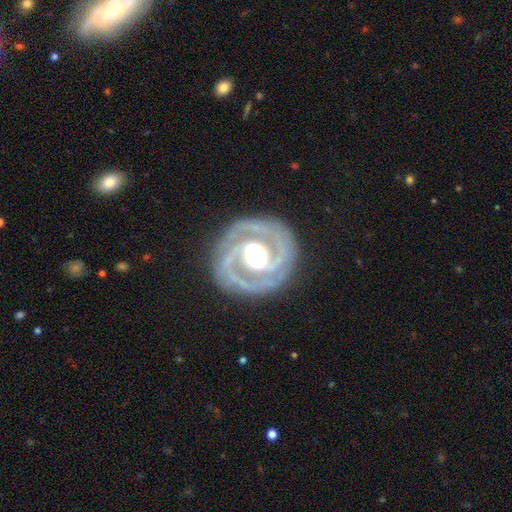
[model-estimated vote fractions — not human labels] Smooth or featured: featured or disk — 91% (smooth — 5%)
Edge-on disk: no — 98% (yes — 2%)
Bar: no — 39% (weak — 34%)
Spiral arms: yes — 94% (no — 6%)
Spiral winding: tight — 57% (medium — 36%)
Spiral arm count: 2 — 80% (3 — 6%)
Bulge size: moderate — 59% (large — 32%)
Merging: none — 83% (minor disturbance — 11%)